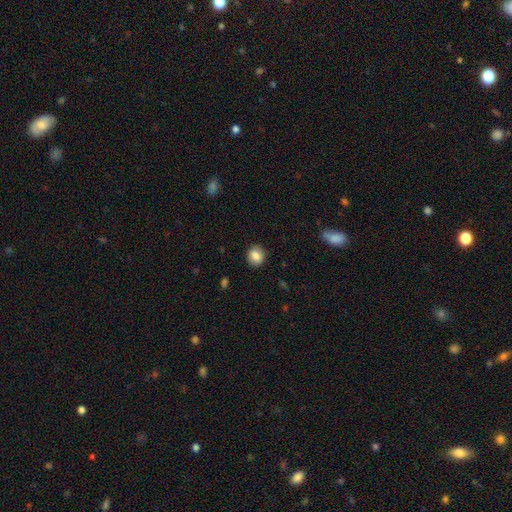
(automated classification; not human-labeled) smooth_or_featured: smooth (p=0.85) [alt: star or artifact p=0.09]
how_rounded: round (p=0.76) [alt: in between p=0.23]
merging: none (p=0.88) [alt: minor disturbance p=0.08]